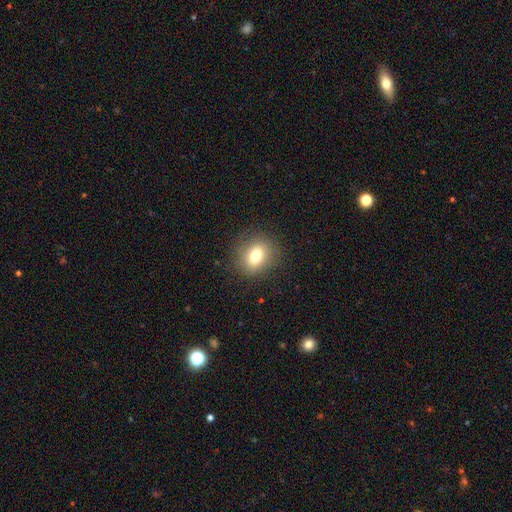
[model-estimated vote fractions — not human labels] smooth_or_featured: smooth (p=0.76) [alt: featured or disk p=0.13]
how_rounded: round (p=0.54) [alt: in between p=0.44]
merging: none (p=0.86) [alt: minor disturbance p=0.09]